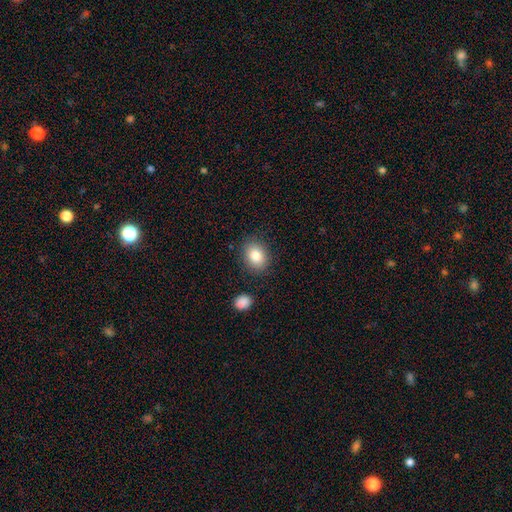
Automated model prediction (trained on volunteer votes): A smooth galaxy with no disk features (84%) that is in between round and cigar-shaped (59%).

Vote fractions:
- Smooth or featured? smooth: 84% / star or artifact: 8% / featured or disk: 8%
- How rounded? in between: 59% / round: 40% / cigar-shaped: 1%
- Merging? none: 84% / minor disturbance: 10% / major disturbance: 3% / merger: 2%